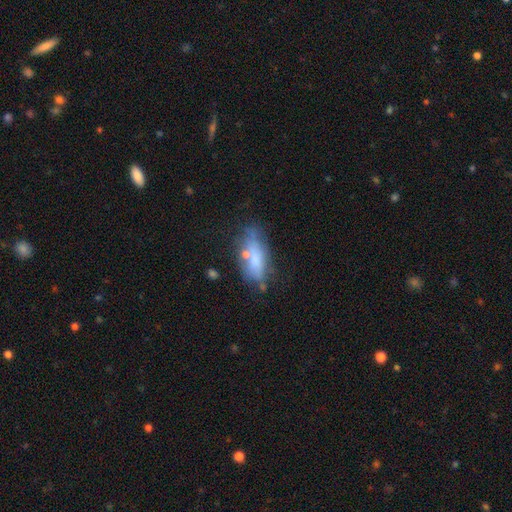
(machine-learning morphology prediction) A smooth galaxy with no disk features (56%) that is in between round and cigar-shaped (67%).

Vote fractions:
- Smooth or featured? smooth: 56% / featured or disk: 33% / star or artifact: 11%
- How rounded? in between: 67% / cigar-shaped: 30% / round: 3%
- Merging? none: 46% / minor disturbance: 28% / major disturbance: 15% / merger: 11%